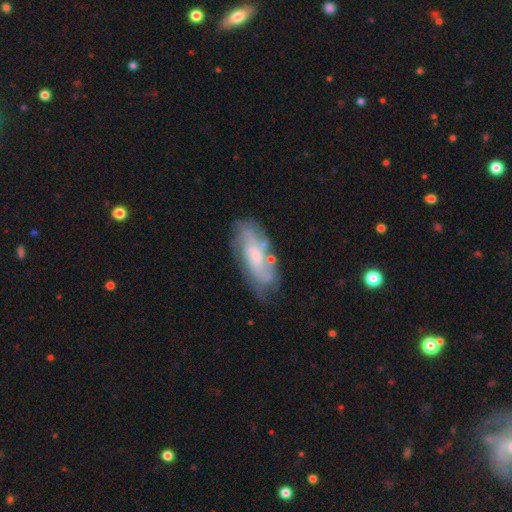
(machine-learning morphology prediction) The model was most divided on "bulge size": small: 38%, moderate: 36%, none: 17%, large: 8%, dominant: 2%. More confident: edge-on disk — no (89%); spiral arms — yes (79%); smooth or featured — featured or disk (66%); merging — none (63%); bar — no (60%).